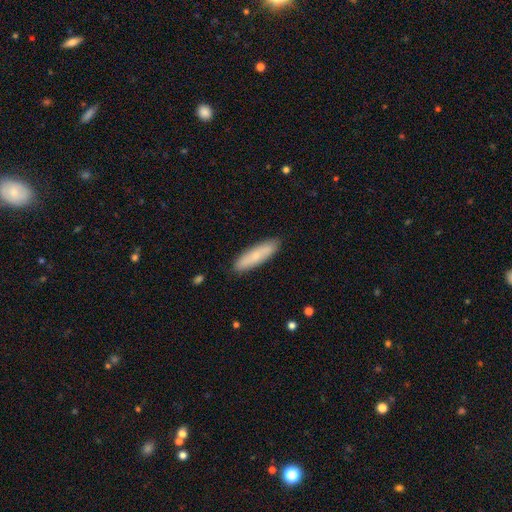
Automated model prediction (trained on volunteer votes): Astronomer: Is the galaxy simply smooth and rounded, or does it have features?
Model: smooth — 68%.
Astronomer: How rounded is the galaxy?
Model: cigar-shaped — 66%.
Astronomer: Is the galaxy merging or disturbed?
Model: none — 88%.